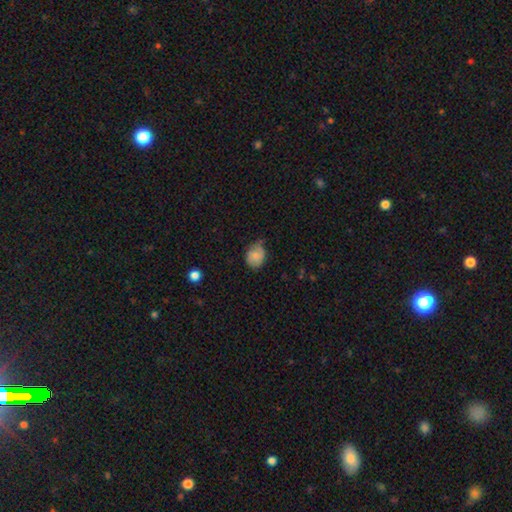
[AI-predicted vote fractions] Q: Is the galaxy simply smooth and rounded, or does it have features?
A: smooth — 72%.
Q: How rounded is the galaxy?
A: round — 50%.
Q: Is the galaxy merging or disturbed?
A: none — 53%.